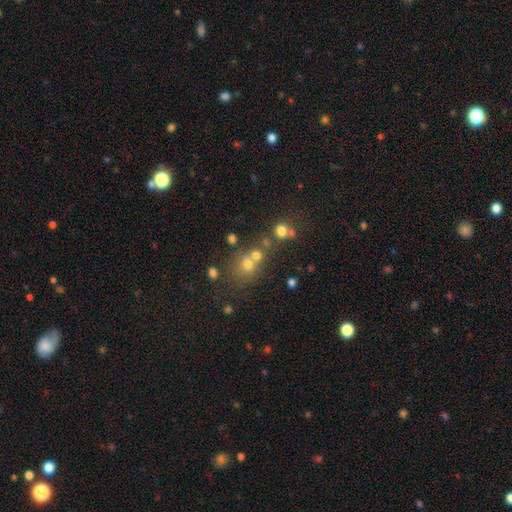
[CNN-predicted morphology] Smooth or featured?
  - smooth: 51% *
  - star or artifact: 36%
  - featured or disk: 13%
How rounded?
  - round: 76% *
  - in between: 21%
  - cigar-shaped: 3%
Merging?
  - none: 46% *
  - merger: 41%
  - minor disturbance: 8%
  - major disturbance: 5%